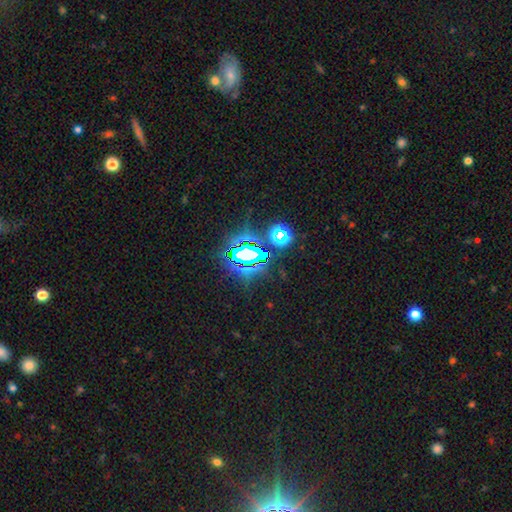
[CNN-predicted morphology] A star or artifact, not a galaxy (74%).